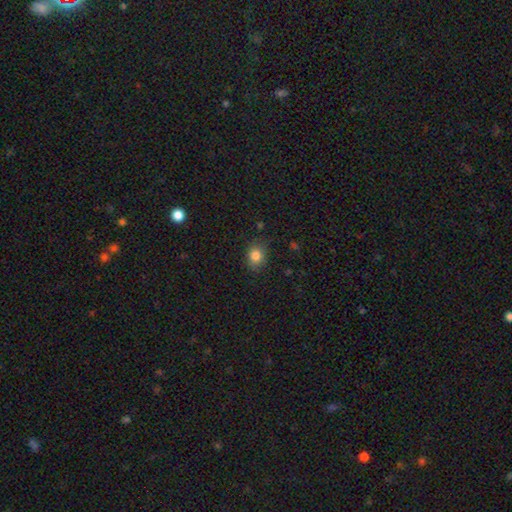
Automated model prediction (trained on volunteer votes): Smooth or featured? Predicted: smooth (p=0.84). How rounded? Predicted: round (p=0.56). Merging? Predicted: none (p=0.79).